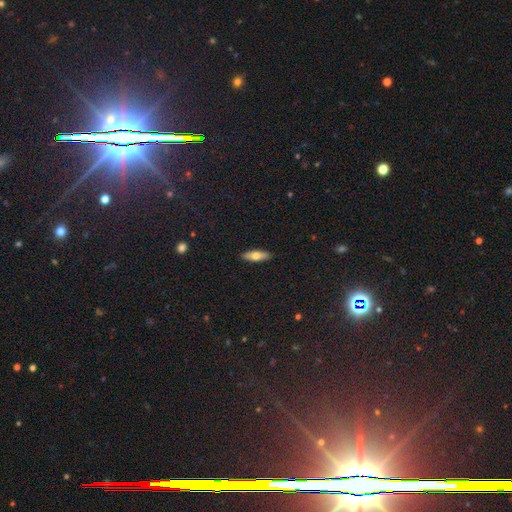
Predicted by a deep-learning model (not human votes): Smooth or featured? Predicted: smooth (p=0.67). How rounded? Predicted: in between (p=0.50). Merging? Predicted: none (p=0.91).